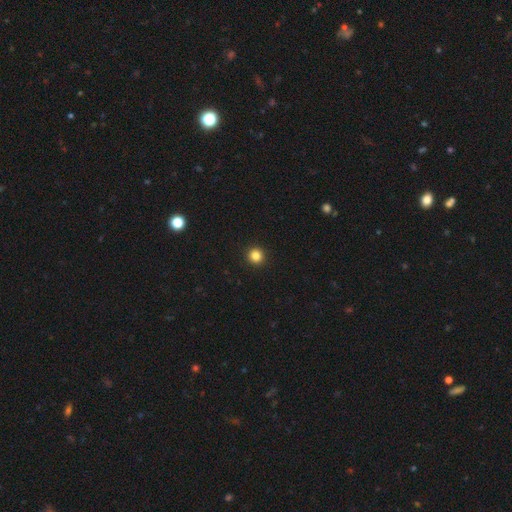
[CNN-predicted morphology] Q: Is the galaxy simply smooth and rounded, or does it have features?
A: smooth — 84%.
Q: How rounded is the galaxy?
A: round — 95%.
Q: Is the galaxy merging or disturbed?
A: none — 94%.